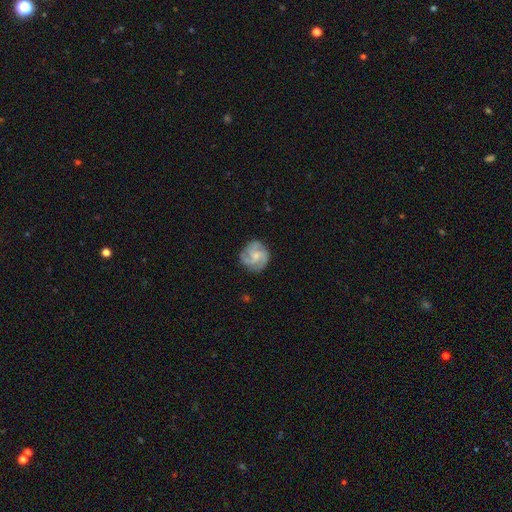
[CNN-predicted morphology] A featured or disk galaxy (80%) with no bar (59%), 3 (59%) medium (48%) spiral arms (97%) and a small central bulge (50%).

Vote fractions:
- Smooth or featured? featured or disk: 80% / smooth: 15% / star or artifact: 6%
- Edge-on disk? no: 98% / yes: 2%
- Bar? no: 59% / weak: 36% / strong: 5%
- Spiral arms? yes: 97% / no: 3%
- Spiral winding? medium: 48% / tight: 40% / loose: 12%
- Spiral arm count? 3: 59% / 4: 18% / 2: 9% / can't tell: 8% / more than 4: 4% / 1: 3%
- Bulge size? small: 50% / moderate: 35% / none: 11% / large: 2% / dominant: 1%
- Merging? none: 80% / minor disturbance: 14% / major disturbance: 5% / merger: 1%